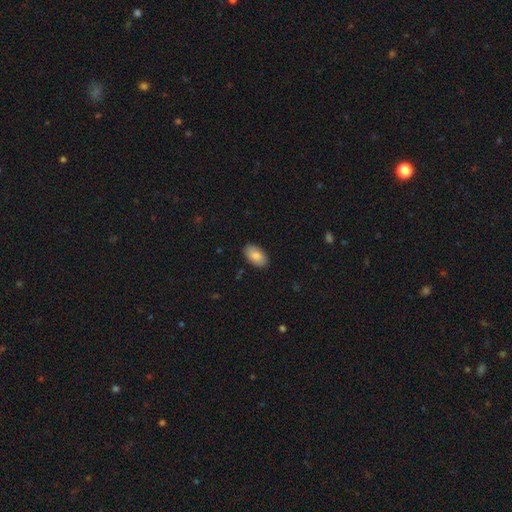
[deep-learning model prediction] Smooth or featured? smooth (85%)
How rounded? in between (94%)
Merging? none (87%)